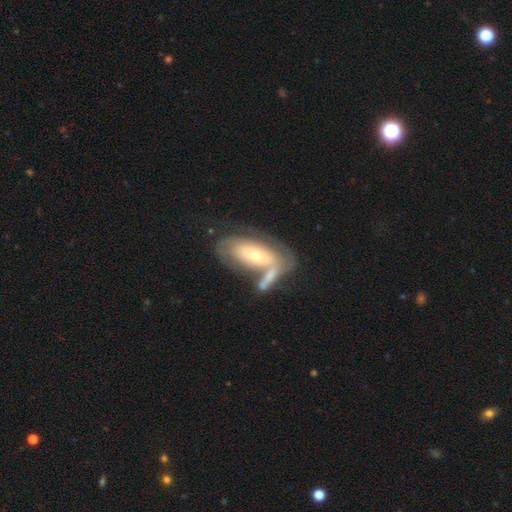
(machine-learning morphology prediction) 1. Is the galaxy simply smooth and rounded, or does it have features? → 51% featured or disk, 43% smooth, 6% star or artifact.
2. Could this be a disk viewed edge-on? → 85% no, 15% yes.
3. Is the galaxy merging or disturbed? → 37% merger, 32% none, 18% minor disturbance, 13% major disturbance.